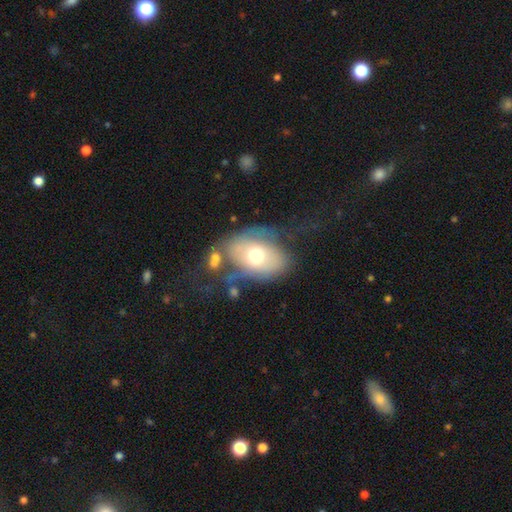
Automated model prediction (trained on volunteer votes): Overall: smooth (53%; featured or disk 38%). How rounded: in between (76%). Merging: none (42%; major disturbance 24%).